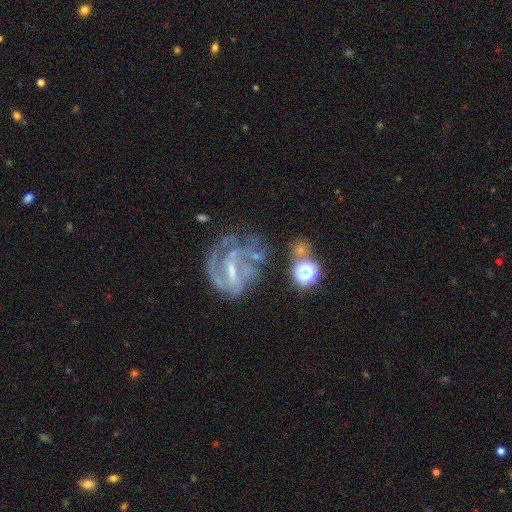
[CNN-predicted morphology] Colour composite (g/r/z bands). It shows a featured or disk galaxy (77%) with a weak bar (47%), medium (41%) spiral arms (79%) and a small central bulge (48%). Merging: none (41%).